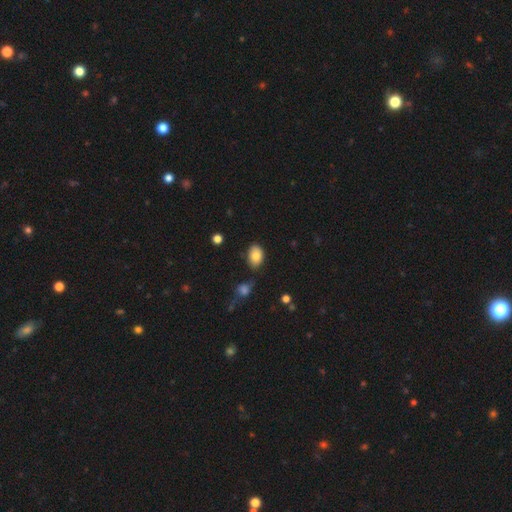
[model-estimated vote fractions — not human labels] Q: Smooth or featured?
A: smooth (82%); runner-up: featured or disk (9%)
Q: How rounded?
A: in between (84%); runner-up: round (15%)
Q: Merging?
A: none (69%); runner-up: minor disturbance (21%)